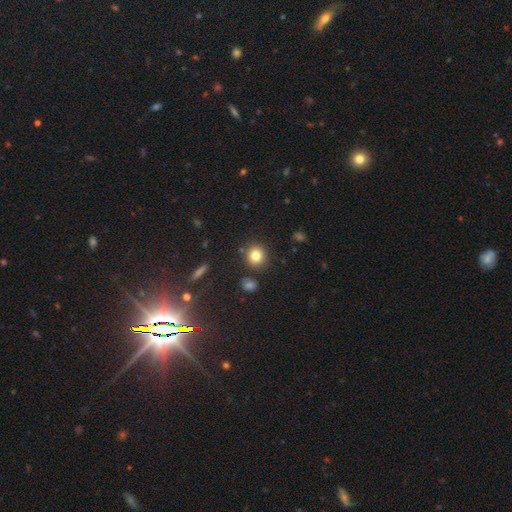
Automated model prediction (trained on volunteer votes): smooth_or_featured: smooth (p=0.81) [alt: star or artifact p=0.11]
how_rounded: round (p=0.87) [alt: in between p=0.12]
merging: none (p=0.86) [alt: minor disturbance p=0.08]